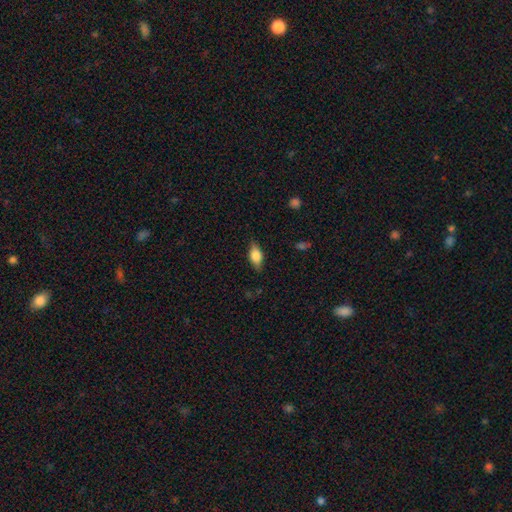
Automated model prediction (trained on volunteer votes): Overall: smooth (69%). How rounded: in between (82%). Merging: none (80%).